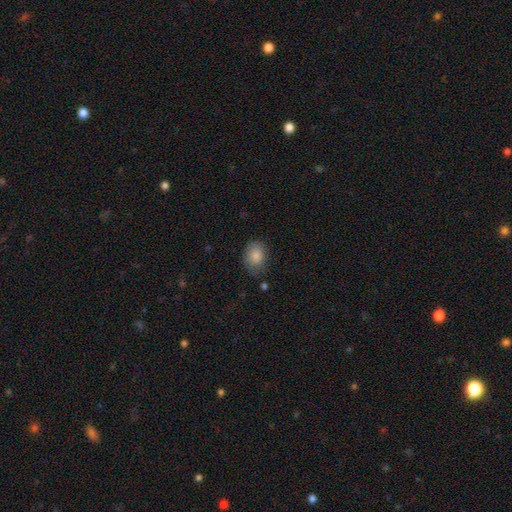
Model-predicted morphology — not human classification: This appears to be a smooth galaxy with no disk features (86%) that is in between round and cigar-shaped (70%). Merging: none (70%).